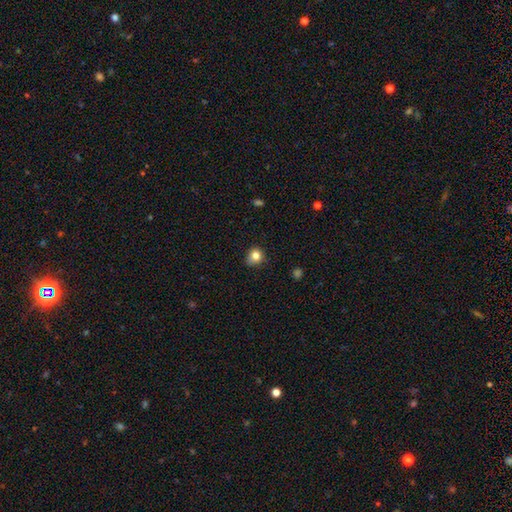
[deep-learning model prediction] Smooth or featured? Predicted: smooth (p=0.81). How rounded? Predicted: round (p=0.78). Merging? Predicted: none (p=0.75).